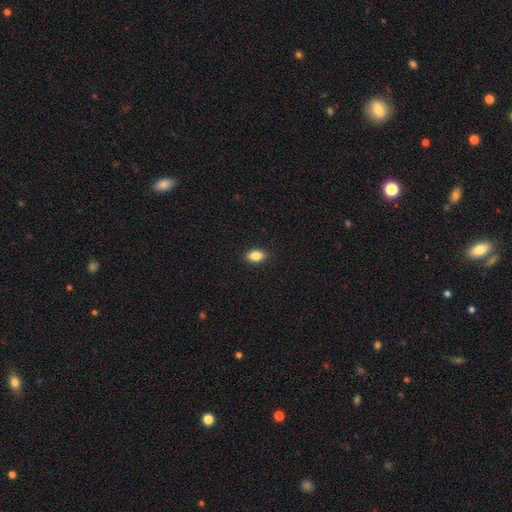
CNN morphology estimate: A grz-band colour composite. It shows a smooth galaxy with no disk features (85%) that is in between round and cigar-shaped (86%). Merging: none (90%).